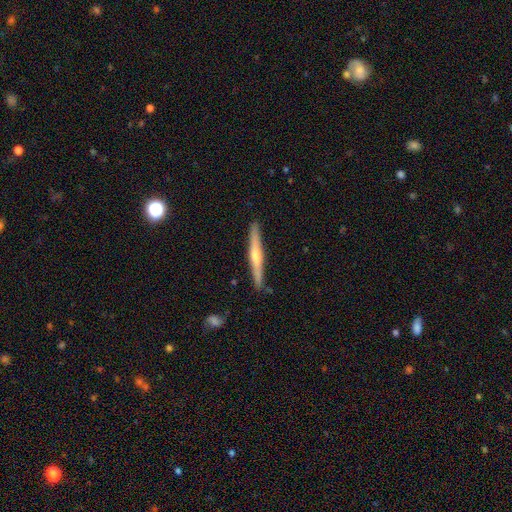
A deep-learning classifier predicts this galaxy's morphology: featured or disk 61%, smooth 34%, star or artifact 6%. Down the decision tree: edge-on disk — yes (97%); edge-on bulge — rounded (80%); merging — none (89%).